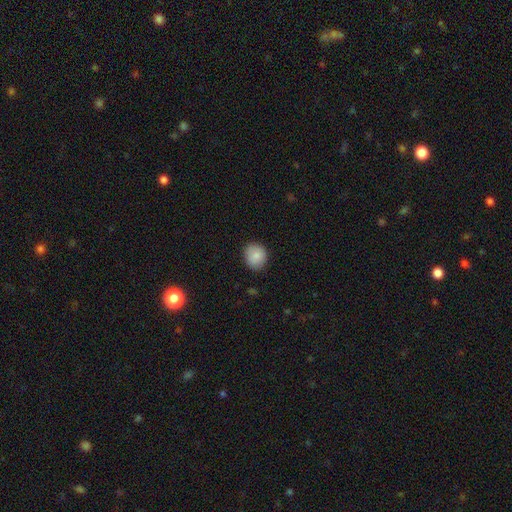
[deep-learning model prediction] Q: Smooth or featured?
A: smooth (86%); runner-up: star or artifact (8%)
Q: How rounded?
A: round (79%); runner-up: in between (20%)
Q: Merging?
A: none (86%); runner-up: minor disturbance (11%)